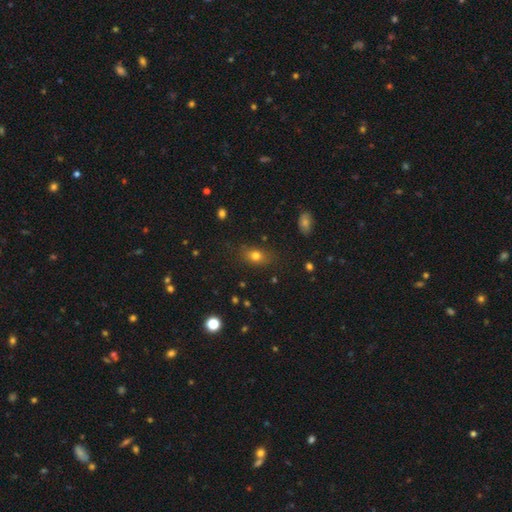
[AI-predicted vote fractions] A smooth galaxy with no disk features (76%) that is in between round and cigar-shaped (72%).

Vote fractions:
- Smooth or featured? smooth: 76% / star or artifact: 13% / featured or disk: 11%
- How rounded? in between: 72% / round: 24% / cigar-shaped: 4%
- Merging? none: 78% / minor disturbance: 16% / major disturbance: 5% / merger: 2%